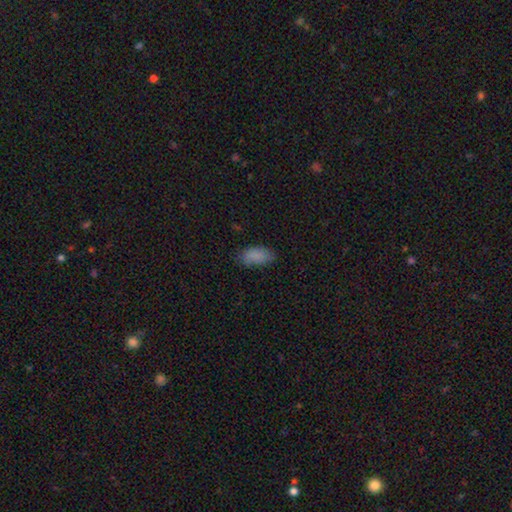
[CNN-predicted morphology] smooth_or_featured: smooth (p=0.85) [alt: star or artifact p=0.09]
how_rounded: in between (p=0.93) [alt: cigar-shaped p=0.05]
merging: none (p=0.72) [alt: minor disturbance p=0.22]